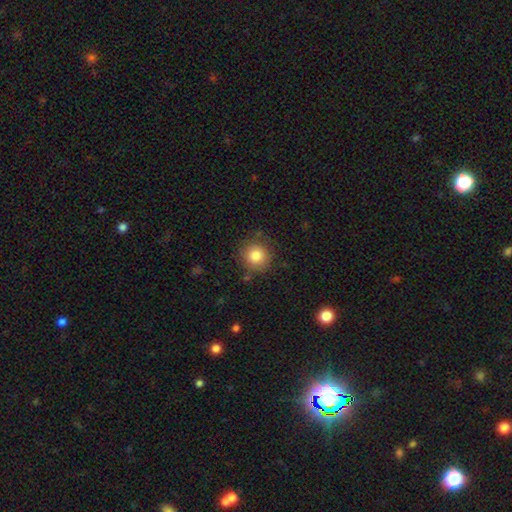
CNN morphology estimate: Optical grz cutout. It shows a smooth galaxy with no disk features (82%) that is round (92%). Merging: none (83%).